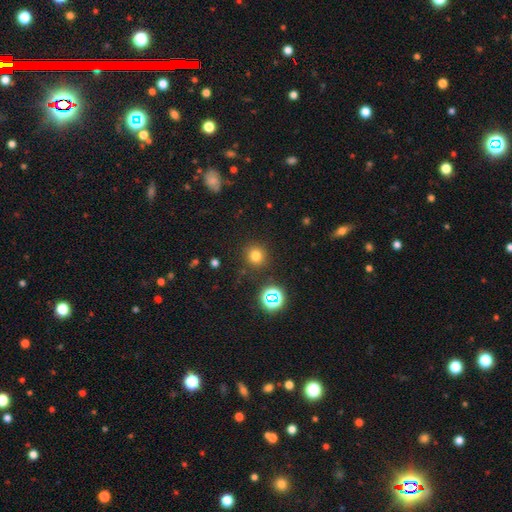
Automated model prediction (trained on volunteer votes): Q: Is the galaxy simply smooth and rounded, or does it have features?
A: smooth — 74%.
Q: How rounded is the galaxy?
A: round — 92%.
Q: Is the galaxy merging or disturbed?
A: none — 87%.